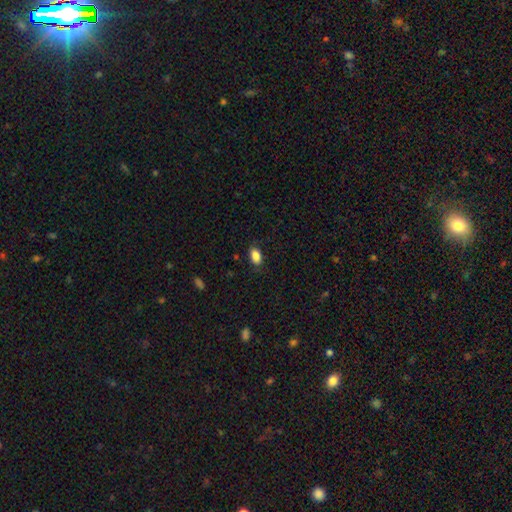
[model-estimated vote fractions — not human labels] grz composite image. It shows a smooth galaxy with no disk features (87%) that is in between round and cigar-shaped (88%). Merging: none (82%).